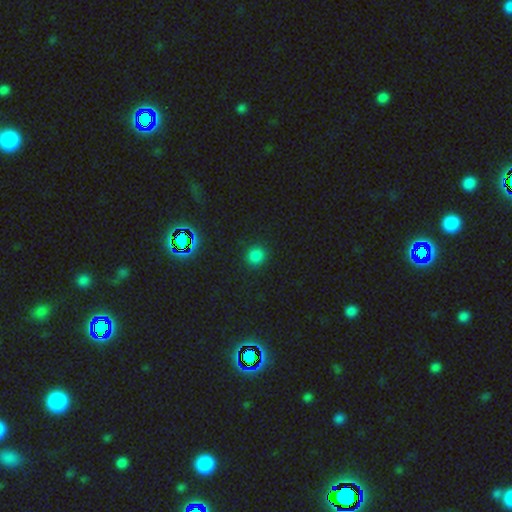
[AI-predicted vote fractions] Overall: smooth (78%). How rounded: round (88%). Merging: none (90%).